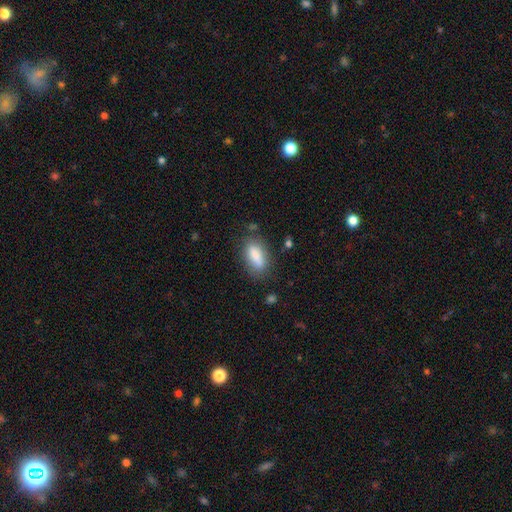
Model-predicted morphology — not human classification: Smooth or featured?
  - smooth: 82% *
  - featured or disk: 10%
  - star or artifact: 8%
How rounded?
  - in between: 71% *
  - cigar-shaped: 26%
  - round: 4%
Merging?
  - none: 75% *
  - minor disturbance: 16%
  - major disturbance: 5%
  - merger: 3%